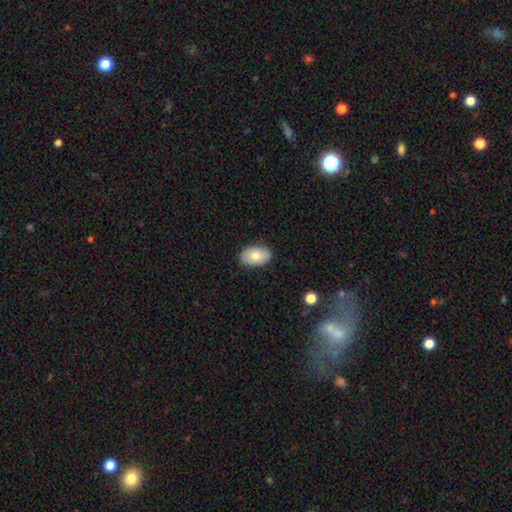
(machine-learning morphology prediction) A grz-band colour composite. It shows a smooth galaxy with no disk features (83%) that is in between round and cigar-shaped (91%). Merging: none (87%).